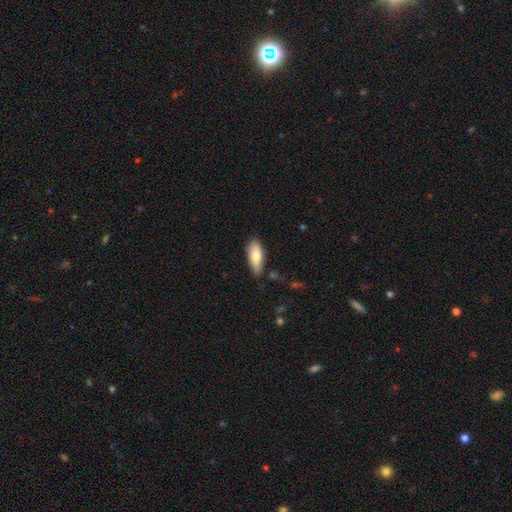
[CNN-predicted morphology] Smooth or featured? smooth (77%)
How rounded? in between (74%)
Merging? none (76%)